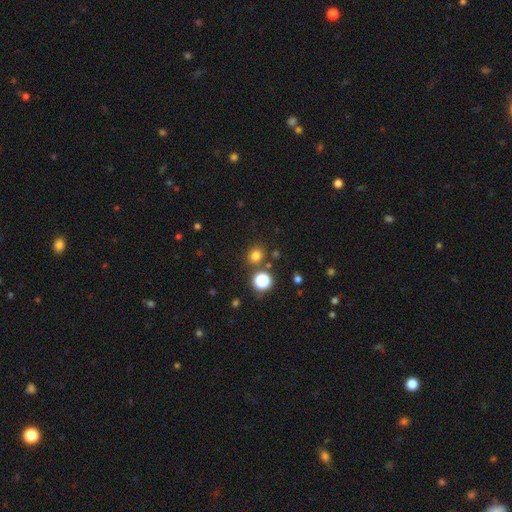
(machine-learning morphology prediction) smooth-or-featured: smooth: 76% | star or artifact: 19% | featured or disk: 5%
  how-rounded: round: 85% | in between: 14% | cigar-shaped: 1%
  merging: none: 83% | minor disturbance: 8% | merger: 6% | major disturbance: 3%